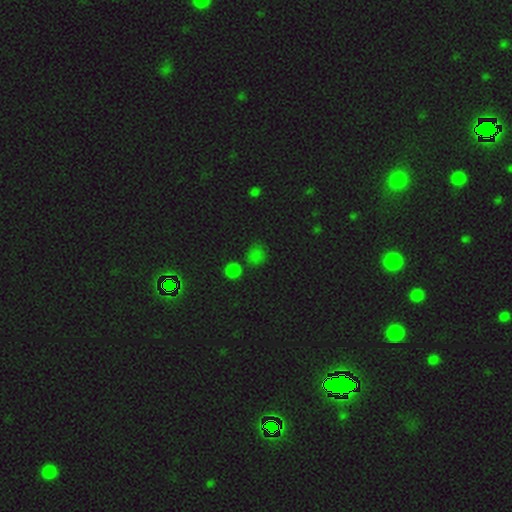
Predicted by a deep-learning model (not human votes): smooth 64%, star or artifact 31%, featured or disk 5%. Down the decision tree: how rounded — round (79%); merging — none (73%).